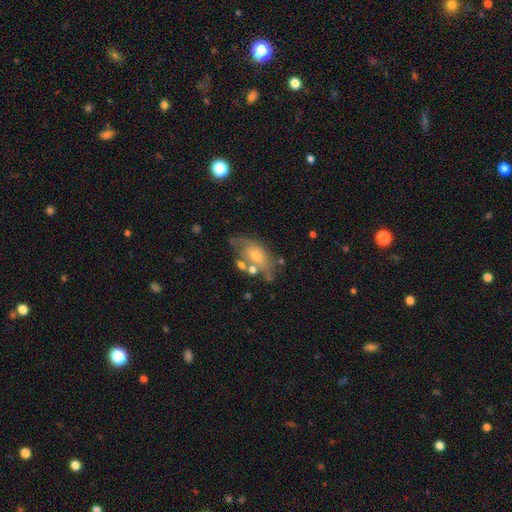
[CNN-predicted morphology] Smooth or featured: featured or disk — 46% (smooth — 44%)
Merging: none — 43% (minor disturbance — 25%)